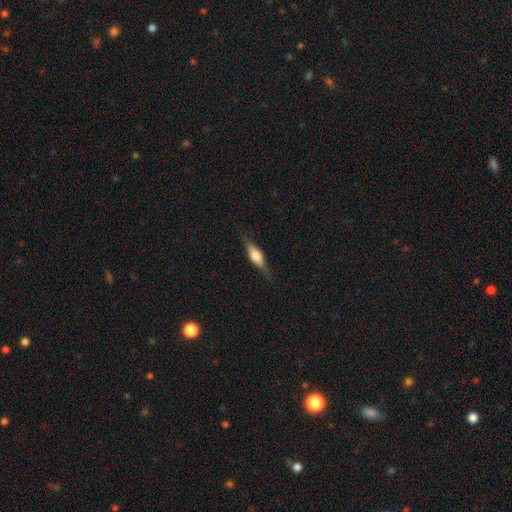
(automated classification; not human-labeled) Smooth or featured? Predicted: featured or disk (p=0.55). Edge-on disk? Predicted: yes (p=0.95). Edge-on bulge? Predicted: rounded (p=0.84). Merging? Predicted: none (p=0.83).